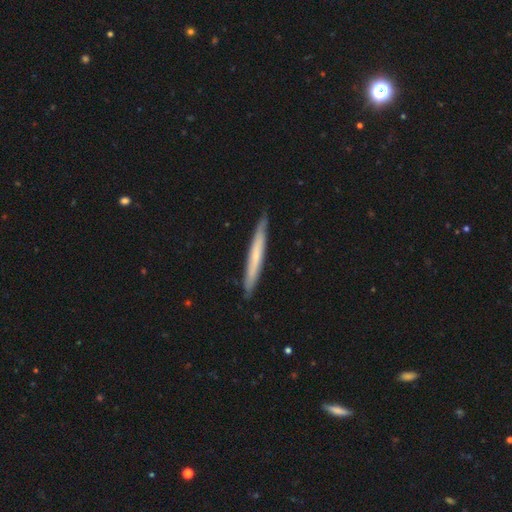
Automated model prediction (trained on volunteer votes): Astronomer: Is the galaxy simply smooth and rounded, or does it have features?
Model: smooth — 48% (runner-up: featured or disk, 47%).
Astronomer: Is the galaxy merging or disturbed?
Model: none — 88%.